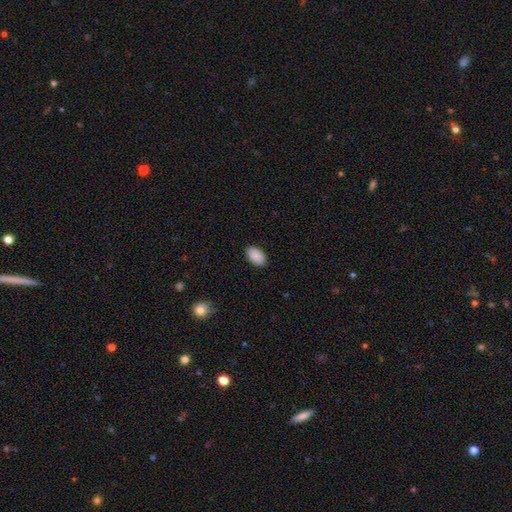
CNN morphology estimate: smooth_or_featured: smooth (p=0.91) [alt: star or artifact p=0.07]
how_rounded: in between (p=0.93) [alt: round p=0.05]
merging: none (p=0.89) [alt: minor disturbance p=0.08]